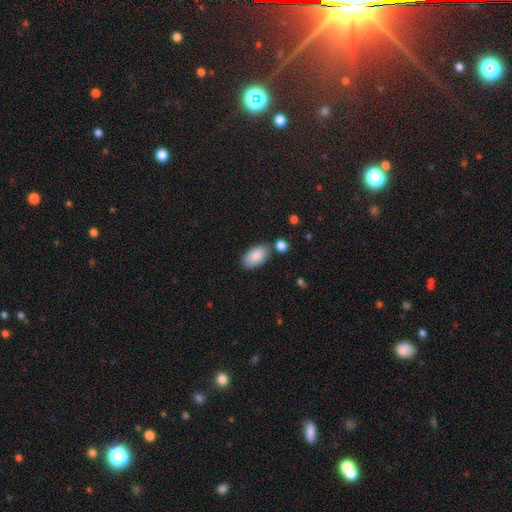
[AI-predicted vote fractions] Q: Smooth or featured?
A: smooth (88%); runner-up: star or artifact (6%)
Q: How rounded?
A: in between (95%); runner-up: round (3%)
Q: Merging?
A: none (74%); runner-up: minor disturbance (14%)